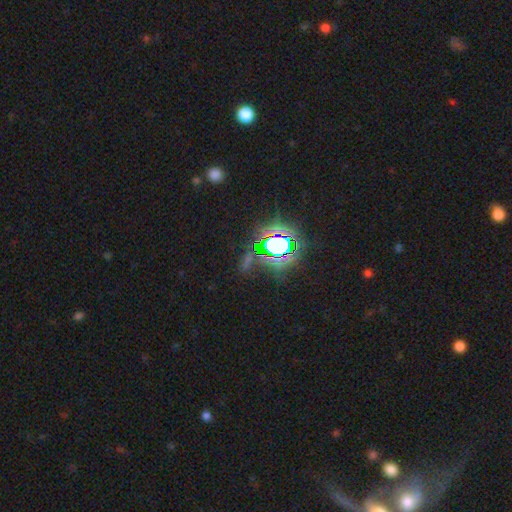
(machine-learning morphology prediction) star or artifact 81%, smooth 11%, featured or disk 7%.